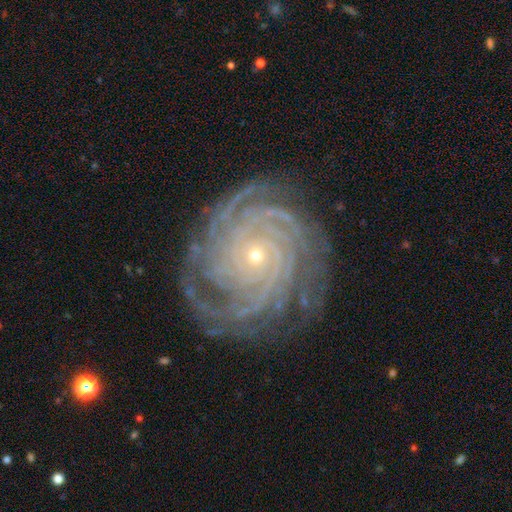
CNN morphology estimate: This is clearly a featured or disk galaxy (91%). It is clearly not viewed edge-on (97%). Bar: likely no (78%). Spiral arm pattern: clearly yes (98%). Spiral arm count: marginally more than 4 (31%). Spiral winding: clearly tight (84%). Central bulge: clearly small (82%). Merging: likely none (77%).